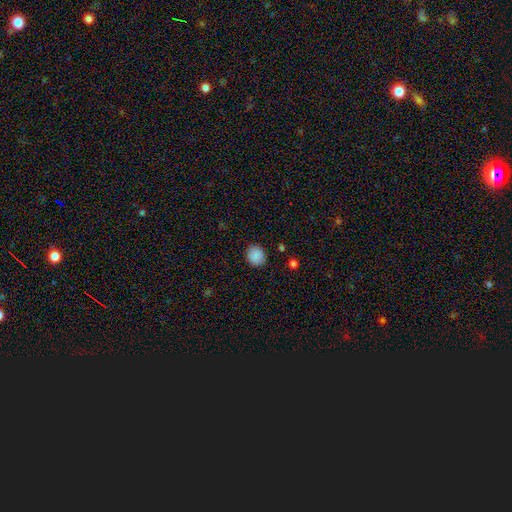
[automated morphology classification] smooth 88%, star or artifact 9%, featured or disk 3%. Down the decision tree: how rounded — round (75%); merging — none (87%).